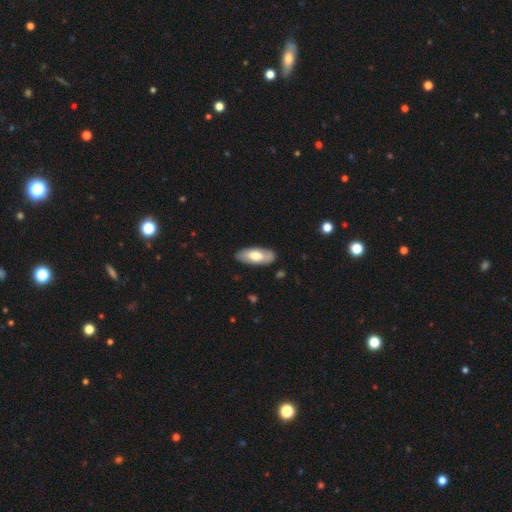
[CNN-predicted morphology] smooth-or-featured: smooth: 64% | featured or disk: 31% | star or artifact: 5%
  how-rounded: in between: 86% | cigar-shaped: 12% | round: 2%
  merging: none: 85% | minor disturbance: 12% | major disturbance: 2% | merger: 1%